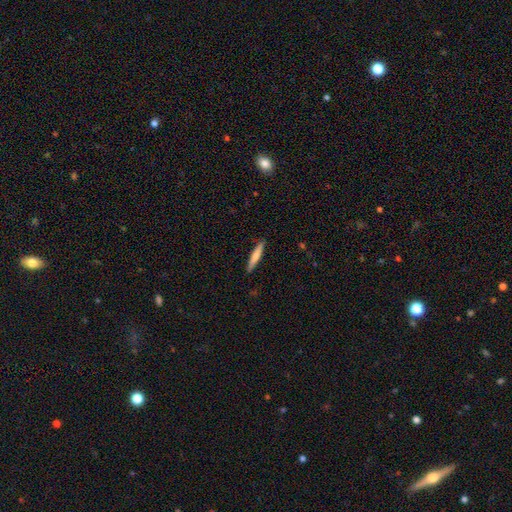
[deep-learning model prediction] Q: Smooth or featured?
A: smooth (67%); runner-up: featured or disk (27%)
Q: How rounded?
A: cigar-shaped (93%); runner-up: in between (6%)
Q: Merging?
A: none (89%); runner-up: minor disturbance (8%)